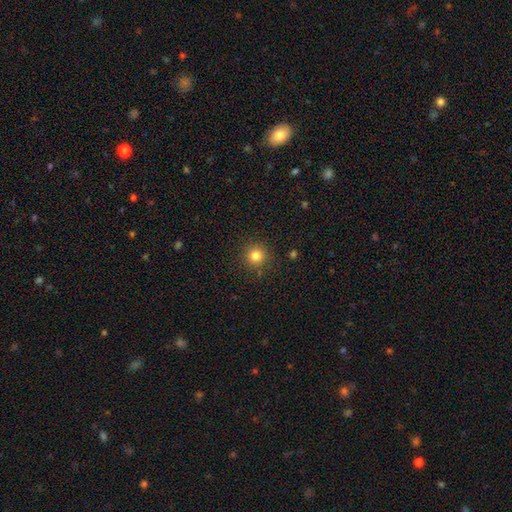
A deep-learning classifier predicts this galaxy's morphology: Q: Smooth or featured?
A: smooth (81%); runner-up: star or artifact (13%)
Q: How rounded?
A: round (95%); runner-up: in between (4%)
Q: Merging?
A: none (89%); runner-up: minor disturbance (7%)